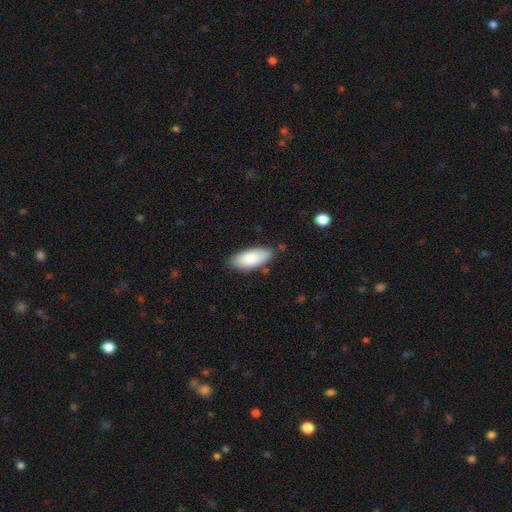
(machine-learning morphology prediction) A smooth galaxy with no disk features (86%) that is in between round and cigar-shaped (86%). Merging: none (81%).